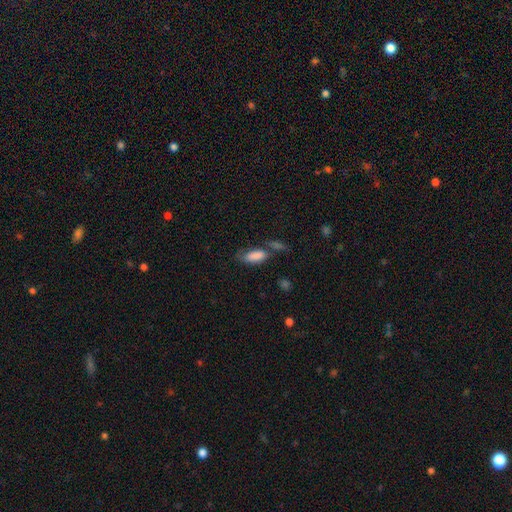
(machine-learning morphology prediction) The model was most divided on "merging": none: 42%, merger: 25%, minor disturbance: 22%, major disturbance: 11%. More confident: how rounded — in between (84%); smooth or featured — smooth (81%).